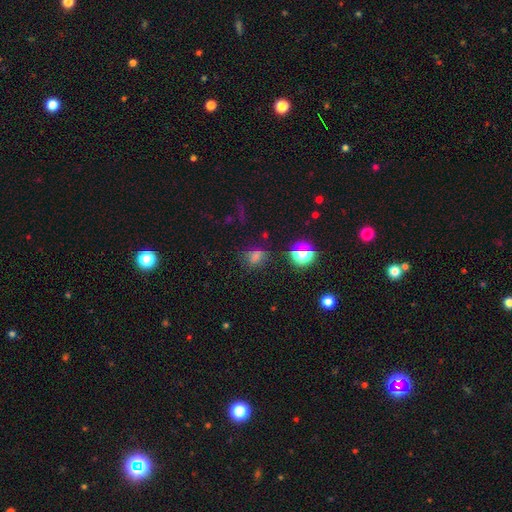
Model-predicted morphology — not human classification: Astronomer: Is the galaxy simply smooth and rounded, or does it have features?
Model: smooth — 59%.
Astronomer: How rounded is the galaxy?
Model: in between — 59% (runner-up: round, 38%).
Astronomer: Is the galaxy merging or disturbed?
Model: none — 69%.